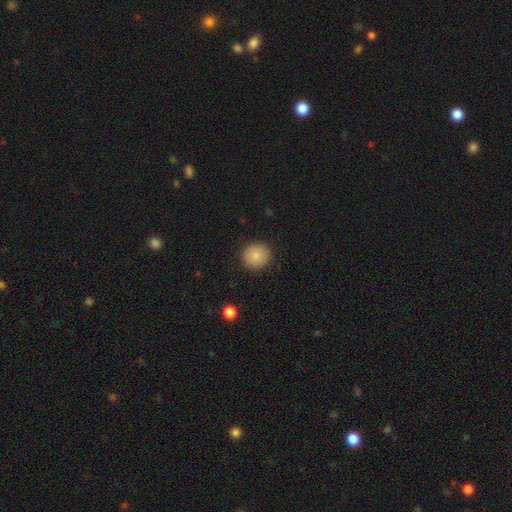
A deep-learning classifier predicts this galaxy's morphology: Smooth or featured? smooth (85%)
How rounded? round (88%)
Merging? none (90%)